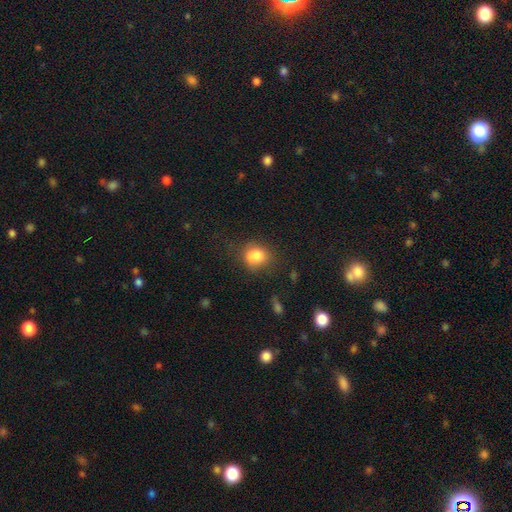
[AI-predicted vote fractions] Morphology: type=smooth (79%); roundness=round (63%); merging=none (56%).